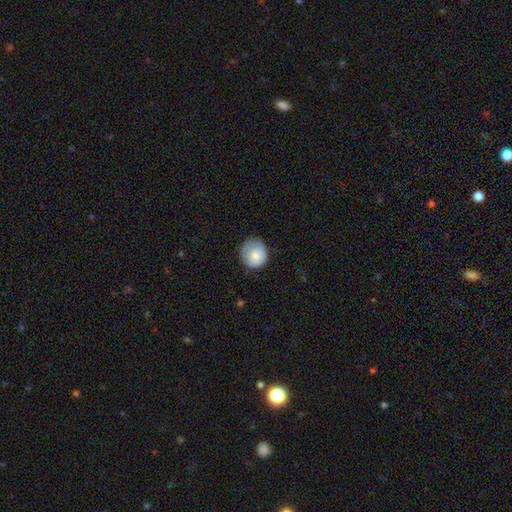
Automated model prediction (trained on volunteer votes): This appears to be a smooth galaxy with no disk features (80%) that is round (86%). Merging: none (68%).